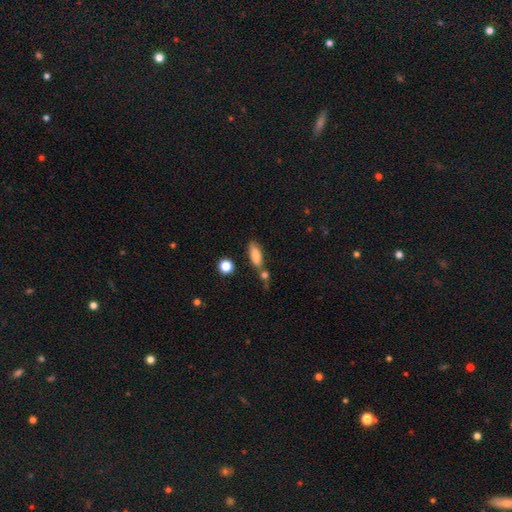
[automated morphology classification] smooth_or_featured: smooth (p=0.77) [alt: featured or disk p=0.15]
how_rounded: in between (p=0.72) [alt: cigar-shaped p=0.25]
merging: none (p=0.62) [alt: minor disturbance p=0.17]